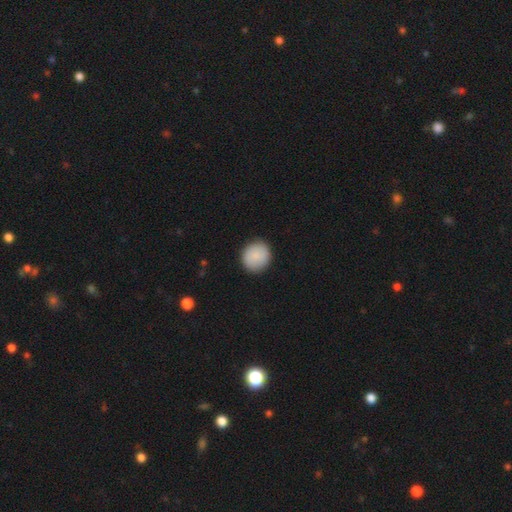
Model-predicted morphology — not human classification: Q: Smooth or featured?
A: smooth (88%); runner-up: star or artifact (6%)
Q: How rounded?
A: round (89%); runner-up: in between (10%)
Q: Merging?
A: none (90%); runner-up: minor disturbance (7%)